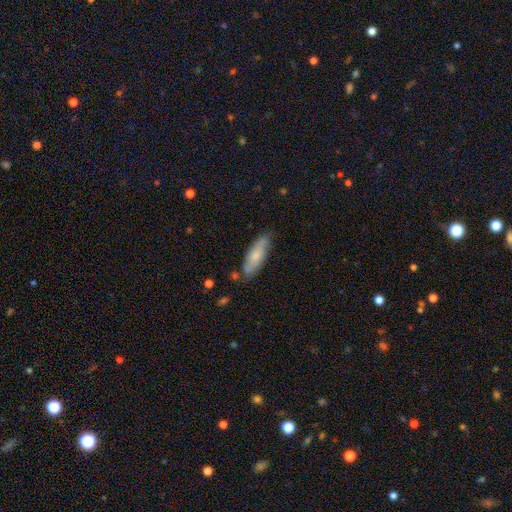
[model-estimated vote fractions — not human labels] Smooth or featured? Predicted: smooth (p=0.67). How rounded? Predicted: in between (p=0.53). Merging? Predicted: none (p=0.76).